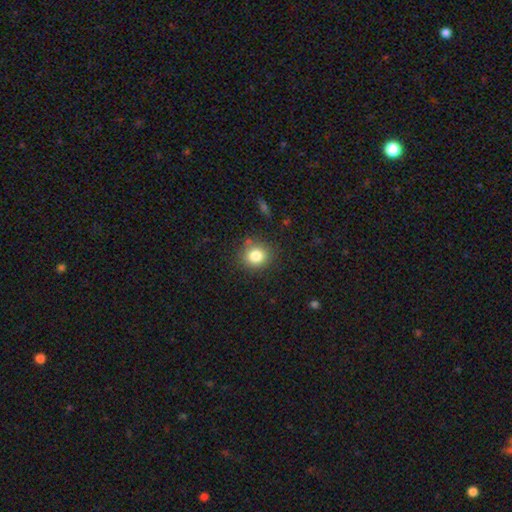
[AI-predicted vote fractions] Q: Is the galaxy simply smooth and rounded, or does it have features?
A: smooth — 82%.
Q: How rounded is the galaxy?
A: round — 80%.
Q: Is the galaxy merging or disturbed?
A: none — 84%.